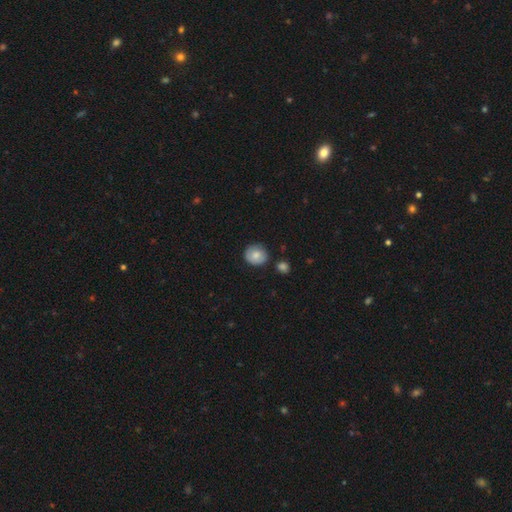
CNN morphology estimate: smooth_or_featured: smooth (p=0.79) [alt: featured or disk p=0.13]
how_rounded: round (p=0.80) [alt: in between p=0.19]
merging: none (p=0.77) [alt: minor disturbance p=0.16]